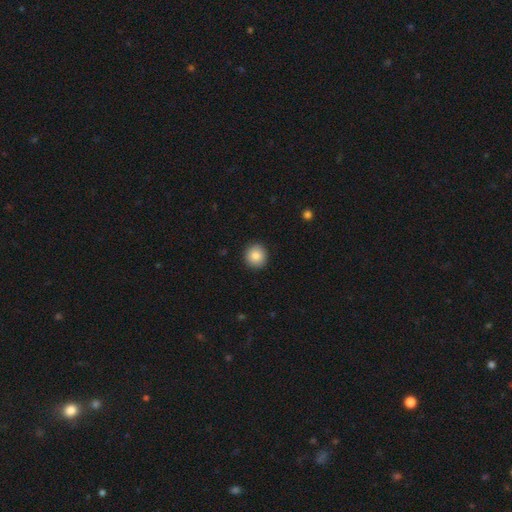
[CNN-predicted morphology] Q: Smooth or featured?
A: smooth (86%); runner-up: star or artifact (8%)
Q: How rounded?
A: round (92%); runner-up: in between (7%)
Q: Merging?
A: none (92%); runner-up: minor disturbance (5%)